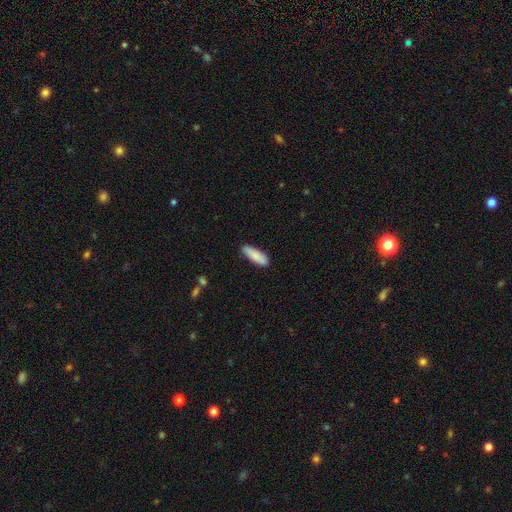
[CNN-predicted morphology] Q: Smooth or featured?
A: smooth (86%); runner-up: featured or disk (8%)
Q: How rounded?
A: in between (54%); runner-up: cigar-shaped (45%)
Q: Merging?
A: none (83%); runner-up: minor disturbance (13%)